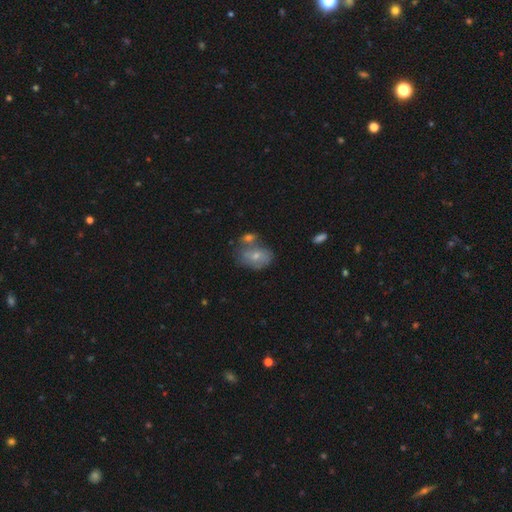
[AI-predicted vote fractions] Morphology: type=smooth (59%); roundness=in between (67%); merging=none (40%).